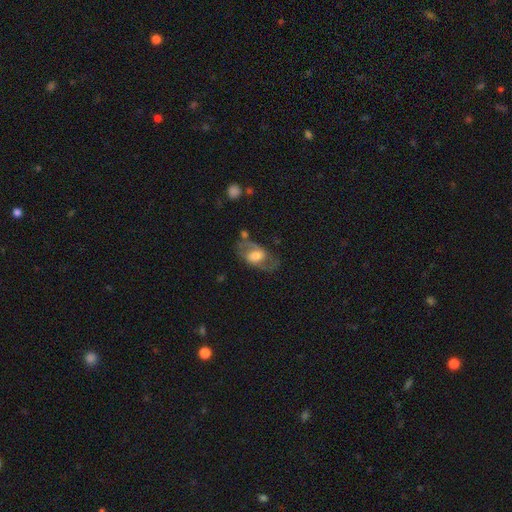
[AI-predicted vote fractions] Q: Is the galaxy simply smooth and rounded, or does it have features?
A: featured or disk — 65%.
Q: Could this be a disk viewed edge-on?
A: no — 93%.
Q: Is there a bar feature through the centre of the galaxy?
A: weak — 43%.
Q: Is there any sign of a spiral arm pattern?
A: yes — 75%.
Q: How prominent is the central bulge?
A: moderate — 43%.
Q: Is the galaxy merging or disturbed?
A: none — 60%.